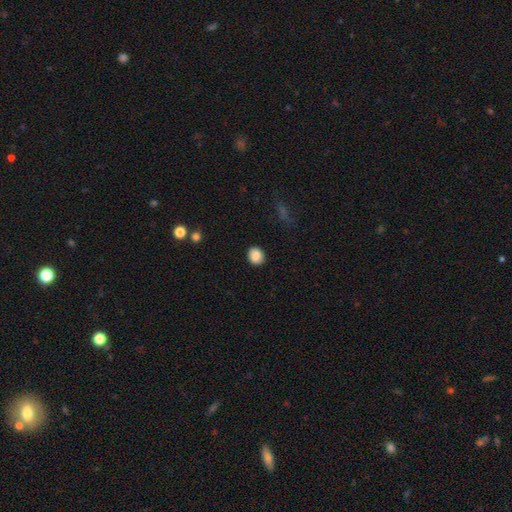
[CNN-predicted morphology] A smooth galaxy with no disk features (85%) that is round (68%). Merging: none (88%).